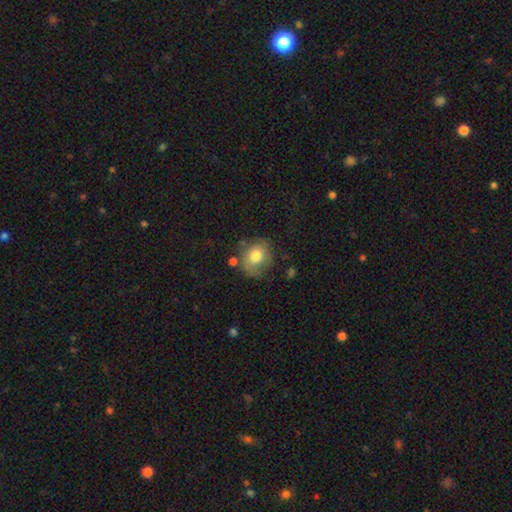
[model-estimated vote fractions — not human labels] smooth-or-featured: smooth: 75% | featured or disk: 16% | star or artifact: 8%
  how-rounded: round: 66% | in between: 33% | cigar-shaped: 1%
  merging: none: 63% | minor disturbance: 23% | major disturbance: 9% | merger: 5%